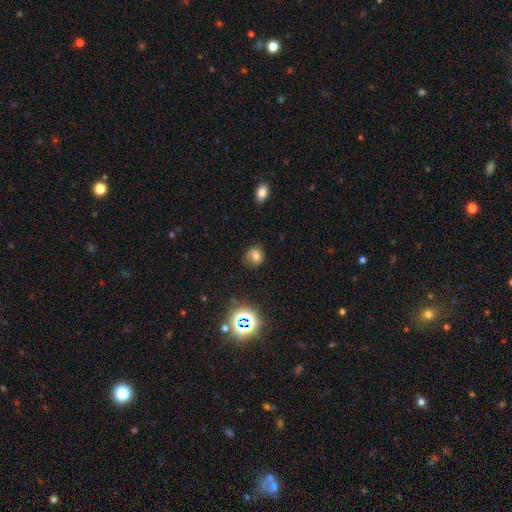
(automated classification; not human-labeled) This appears to be a smooth galaxy with no disk features (68%) that is round (70%). Merging: none (68%).